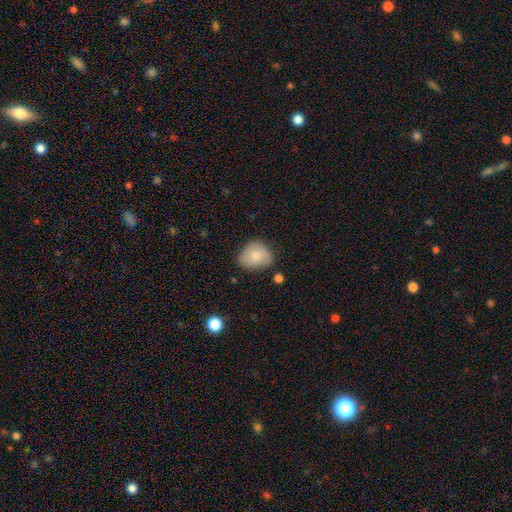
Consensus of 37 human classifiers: smooth_or_featured: smooth (p=0.78) [alt: featured or disk p=0.19]
how_rounded: round (p=0.72) [alt: in between p=0.28]
merging: none (p=0.50) [alt: minor disturbance p=0.39]